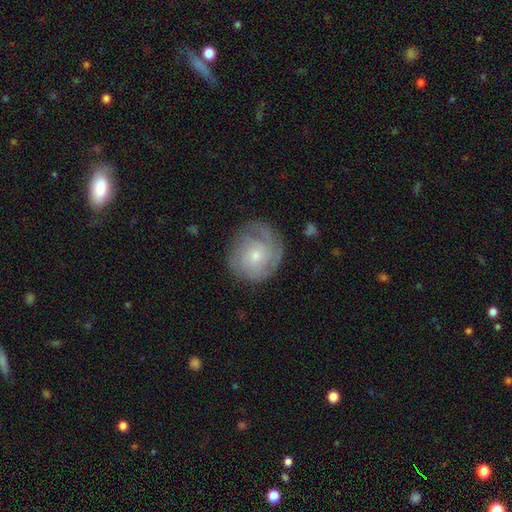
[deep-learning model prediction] smooth_or_featured: featured or disk (p=0.74) [alt: smooth p=0.20]
disk_edge_on: no (p=0.98) [alt: yes p=0.02]
bar: no (p=0.75) [alt: weak p=0.23]
has_spiral_arms: yes (p=0.94) [alt: no p=0.06]
spiral_winding: tight (p=0.65) [alt: medium p=0.28]
spiral_arm_count: can't tell (p=0.32) [alt: 3 p=0.26]
bulge_size: small (p=0.58) [alt: moderate p=0.37]
merging: none (p=0.74) [alt: minor disturbance p=0.17]